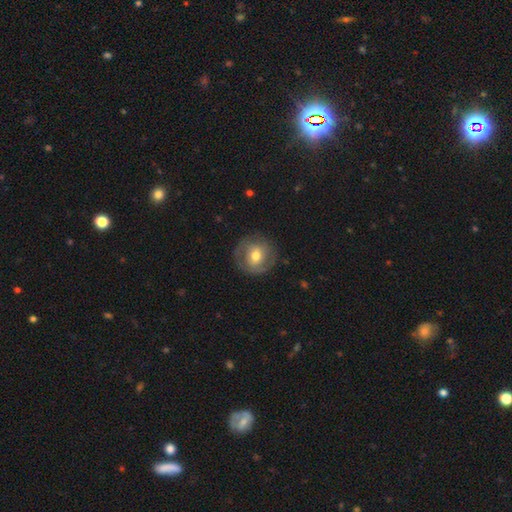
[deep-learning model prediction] Morphology: type=featured or disk (49%); merging=none (80%).